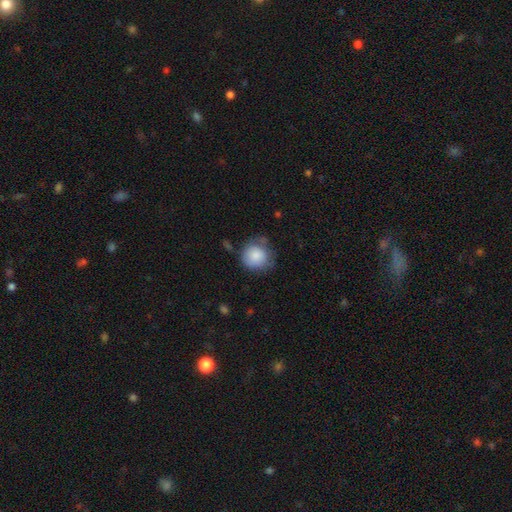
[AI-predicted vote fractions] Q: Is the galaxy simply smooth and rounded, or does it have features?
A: smooth — 83%.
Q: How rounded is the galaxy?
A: round — 88%.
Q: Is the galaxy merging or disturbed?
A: none — 56%.